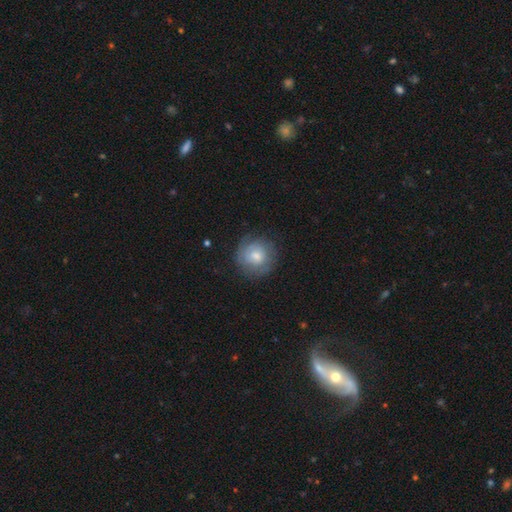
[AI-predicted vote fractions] Smooth or featured?
  - smooth: 53% *
  - featured or disk: 40%
  - star or artifact: 7%
How rounded?
  - round: 91% *
  - in between: 8%
  - cigar-shaped: 1%
Merging?
  - none: 76% *
  - minor disturbance: 16%
  - major disturbance: 7%
  - merger: 1%